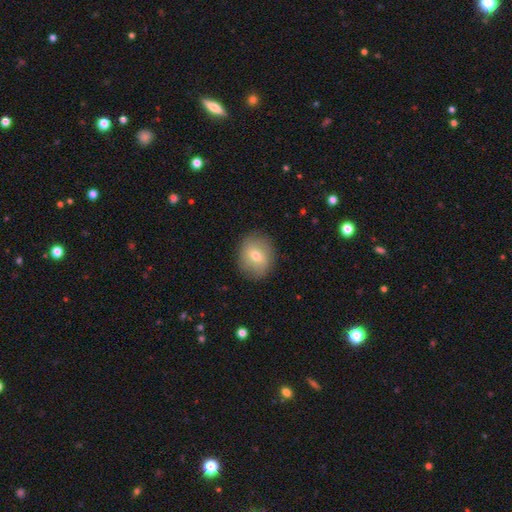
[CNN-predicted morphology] This appears to be a smooth galaxy with no disk features (65%) that is round (70%). Merging: none (86%).